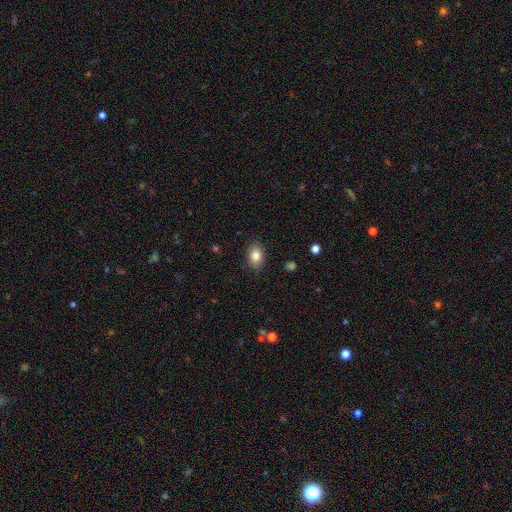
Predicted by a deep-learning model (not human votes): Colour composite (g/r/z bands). It shows a smooth galaxy with no disk features (84%) that is in between round and cigar-shaped (78%). Merging: none (87%).